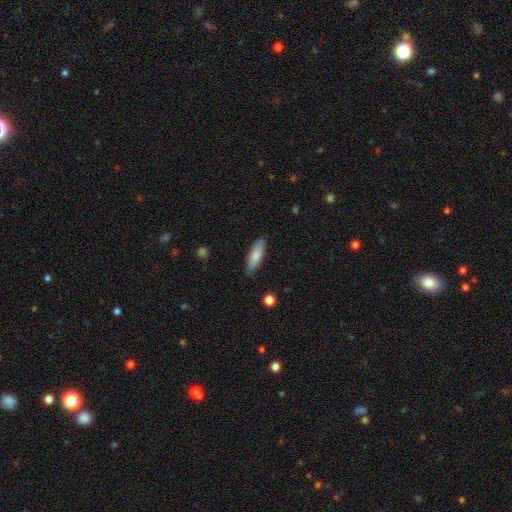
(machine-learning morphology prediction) Smooth or featured? smooth (82%)
How rounded? in between (50%)
Merging? none (84%)